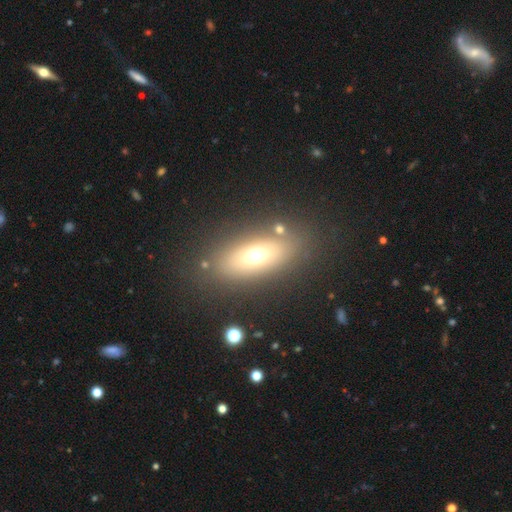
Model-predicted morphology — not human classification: type=smooth (60%); roundness=in between (71%); merging=none (81%).